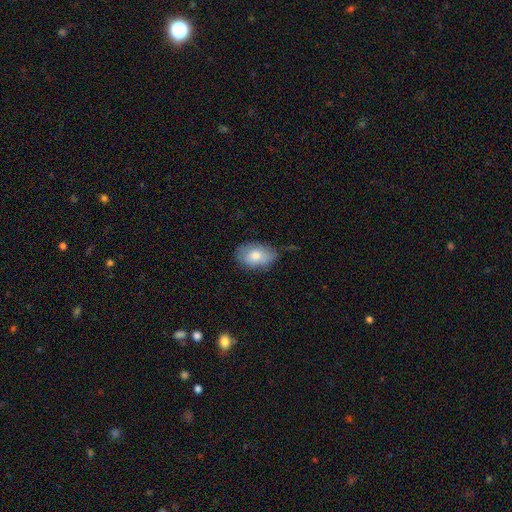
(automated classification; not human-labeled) Overall: smooth (77%). How rounded: in between (87%). Merging: none (66%; minor disturbance 27%).